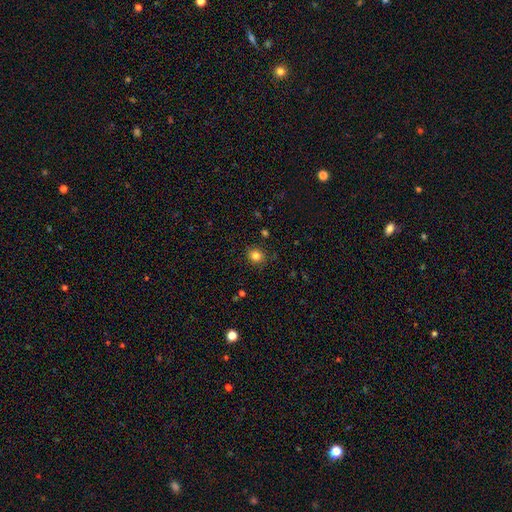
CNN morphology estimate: smooth-or-featured: smooth: 82% | star or artifact: 12% | featured or disk: 6%
  how-rounded: round: 77% | in between: 22% | cigar-shaped: 1%
  merging: none: 88% | minor disturbance: 9% | major disturbance: 2% | merger: 1%